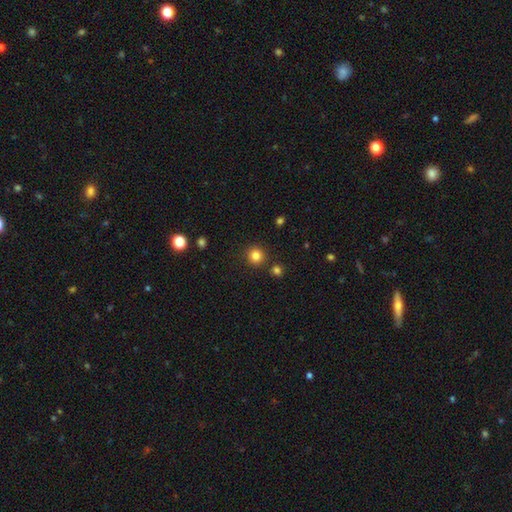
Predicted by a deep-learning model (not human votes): Smooth or featured: smooth — 83% (star or artifact — 13%)
How rounded: round — 93% (in between — 6%)
Merging: none — 88% (minor disturbance — 6%)